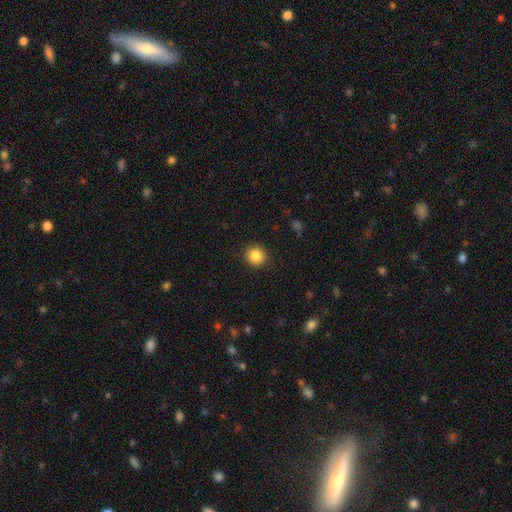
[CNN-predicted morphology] smooth-or-featured: smooth: 85% | star or artifact: 10% | featured or disk: 5%
  how-rounded: round: 92% | in between: 7% | cigar-shaped: 1%
  merging: none: 91% | minor disturbance: 6% | major disturbance: 2% | merger: 1%